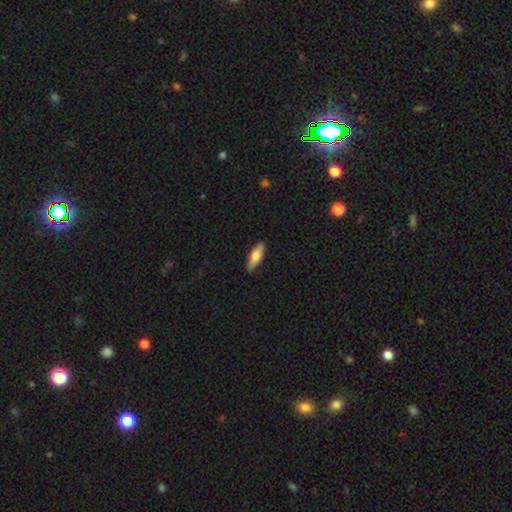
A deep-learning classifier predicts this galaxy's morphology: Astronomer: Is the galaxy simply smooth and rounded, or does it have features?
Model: smooth — 71%.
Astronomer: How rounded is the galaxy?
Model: in between — 54% (runner-up: cigar-shaped, 44%).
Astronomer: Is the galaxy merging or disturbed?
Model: none — 90%.